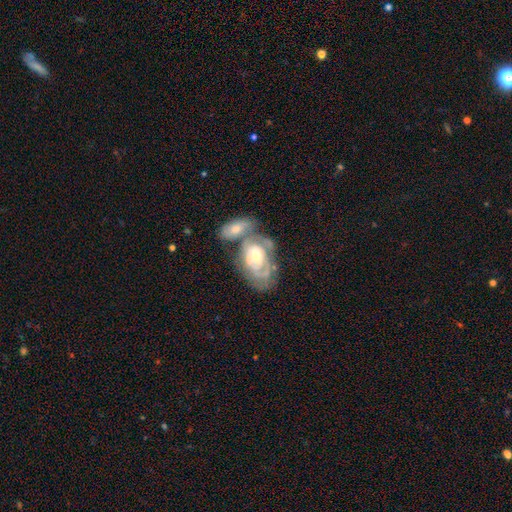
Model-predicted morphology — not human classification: featured or disk 69%, smooth 25%, star or artifact 6%. Down the decision tree: edge-on disk — no (94%); bar — no (64%); spiral arms — yes (68%); bulge size — moderate (52%); merging — merger (49%).